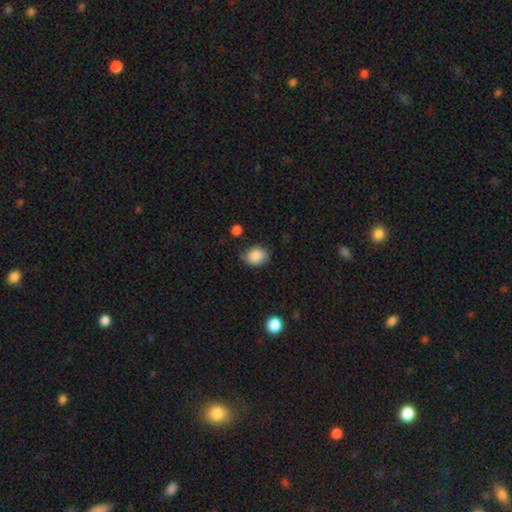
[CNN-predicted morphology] This is clearly a smooth galaxy (86%). How rounded: possibly round (52%). Merging: likely none (70%).